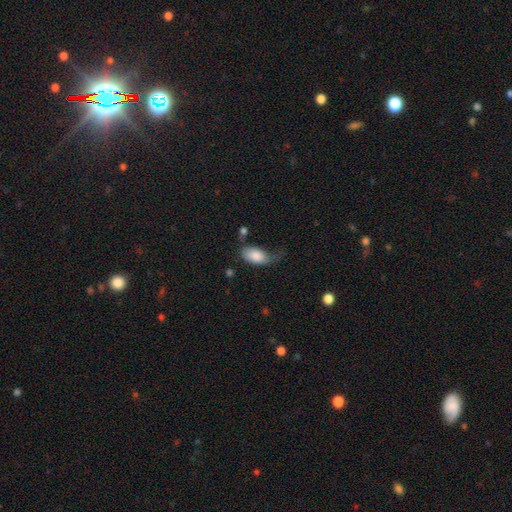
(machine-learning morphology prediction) This is clearly a smooth galaxy (83%). How rounded: clearly in between (94%). Merging: marginally minor disturbance (33%).